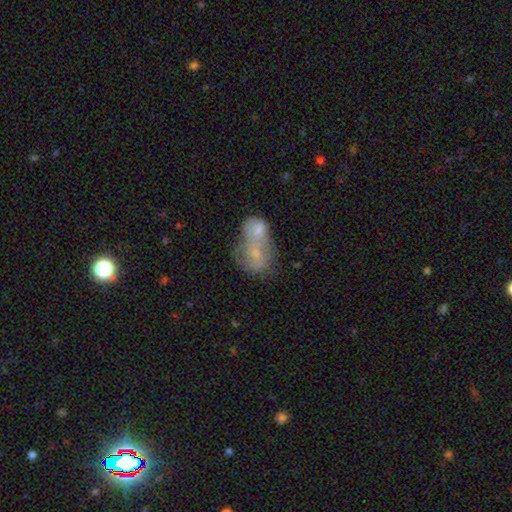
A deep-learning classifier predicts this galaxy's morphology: Smooth or featured: smooth — 61% (featured or disk — 30%)
How rounded: in between — 71% (round — 27%)
Merging: merger — 75% (none — 11%)